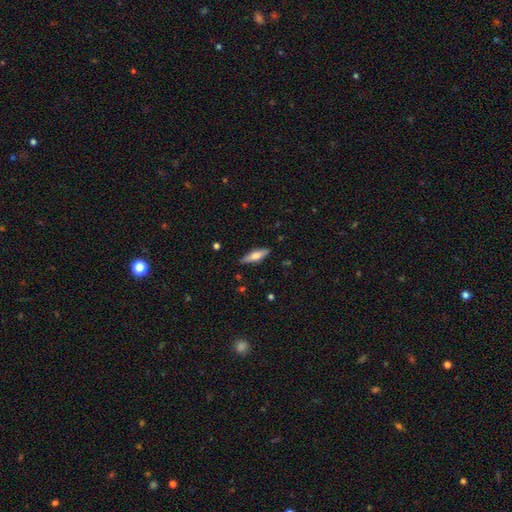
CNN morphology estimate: Q: Smooth or featured?
A: smooth (59%); runner-up: featured or disk (35%)
Q: How rounded?
A: cigar-shaped (59%); runner-up: in between (39%)
Q: Merging?
A: none (87%); runner-up: minor disturbance (10%)